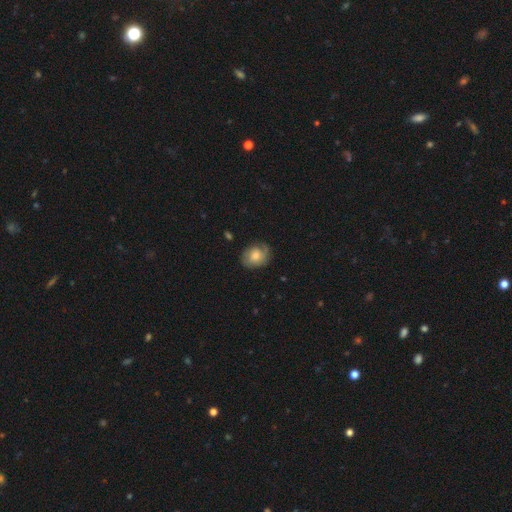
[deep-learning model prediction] Q: Smooth or featured?
A: smooth (51%); runner-up: featured or disk (42%)
Q: How rounded?
A: in between (53%); runner-up: round (46%)
Q: Merging?
A: none (70%); runner-up: minor disturbance (22%)